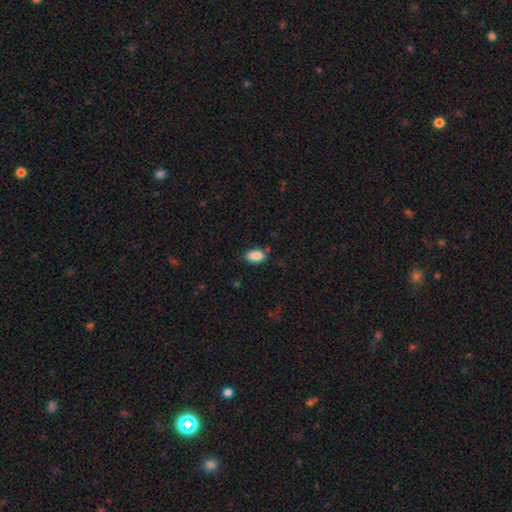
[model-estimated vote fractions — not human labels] This appears to be a smooth galaxy with no disk features (88%) that is in between round and cigar-shaped (92%). Merging: none (77%).